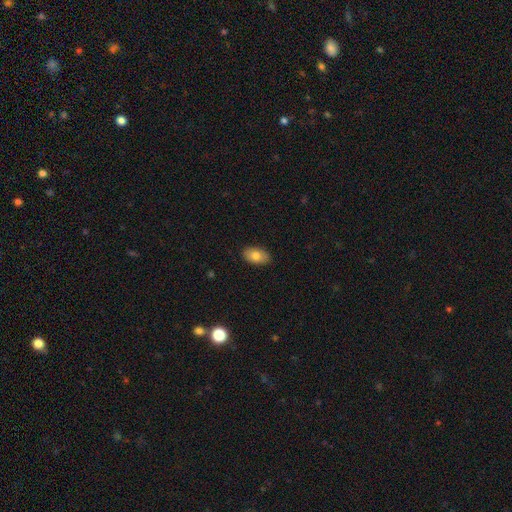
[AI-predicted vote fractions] A smooth galaxy with no disk features (79%) that is in between round and cigar-shaped (92%).

Vote fractions:
- Smooth or featured? smooth: 79% / featured or disk: 13% / star or artifact: 7%
- How rounded? in between: 92% / round: 6% / cigar-shaped: 2%
- Merging? none: 88% / minor disturbance: 9% / major disturbance: 2% / merger: 1%